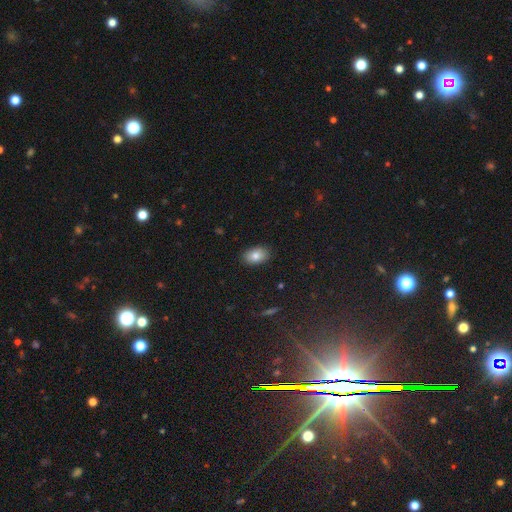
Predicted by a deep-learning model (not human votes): smooth-or-featured: smooth: 82% | featured or disk: 9% | star or artifact: 9%
  how-rounded: in between: 89% | round: 10% | cigar-shaped: 1%
  merging: none: 89% | minor disturbance: 9% | major disturbance: 2% | merger: 1%